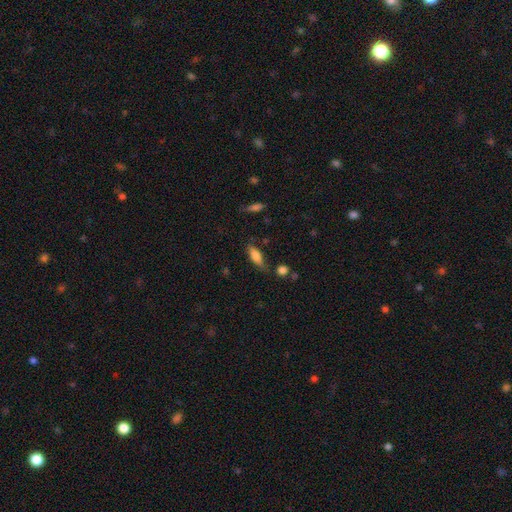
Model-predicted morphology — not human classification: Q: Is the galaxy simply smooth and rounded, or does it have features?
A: smooth — 77%.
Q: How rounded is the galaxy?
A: in between — 68%.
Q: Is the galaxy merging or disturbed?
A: none — 63%.